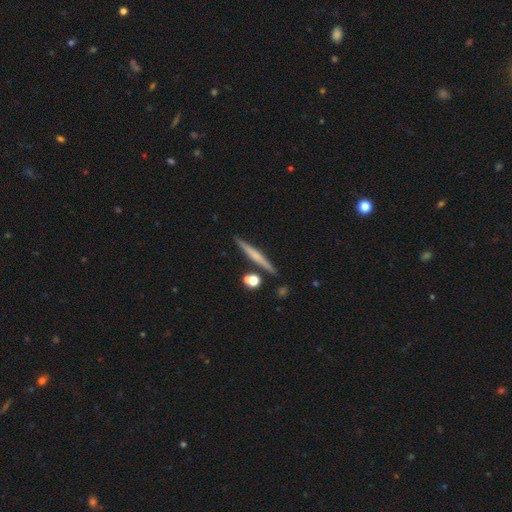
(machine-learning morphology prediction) Smooth or featured?
  - featured or disk: 57% *
  - smooth: 36%
  - star or artifact: 7%
Edge-on disk?
  - yes: 97% *
  - no: 3%
Edge-on bulge?
  - rounded: 49% *
  - none: 40%
  - boxy: 11%
Merging?
  - none: 86% *
  - minor disturbance: 7%
  - merger: 5%
  - major disturbance: 2%